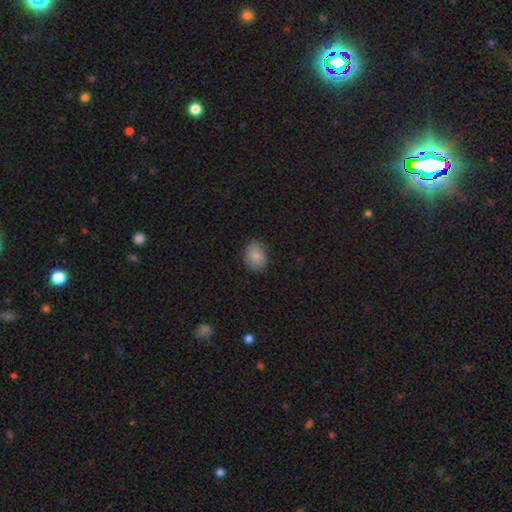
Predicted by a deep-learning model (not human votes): A smooth galaxy with no disk features (84%) that is in between round and cigar-shaped (62%).

Vote fractions:
- Smooth or featured? smooth: 84% / star or artifact: 8% / featured or disk: 8%
- How rounded? in between: 62% / round: 37% / cigar-shaped: 1%
- Merging? none: 83% / minor disturbance: 13% / major disturbance: 3% / merger: 1%